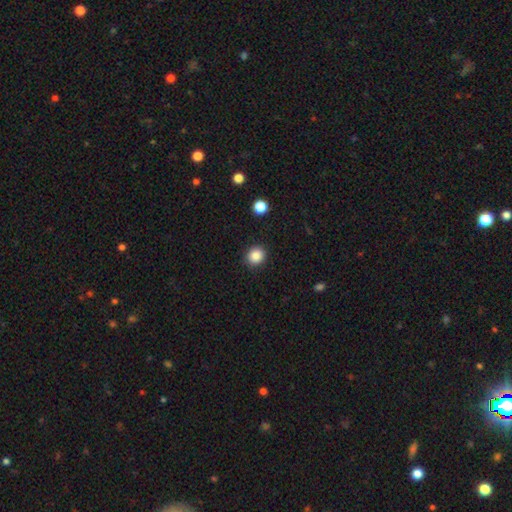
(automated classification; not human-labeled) Q: Smooth or featured?
A: smooth (86%); runner-up: star or artifact (10%)
Q: How rounded?
A: round (85%); runner-up: in between (14%)
Q: Merging?
A: none (91%); runner-up: minor disturbance (6%)